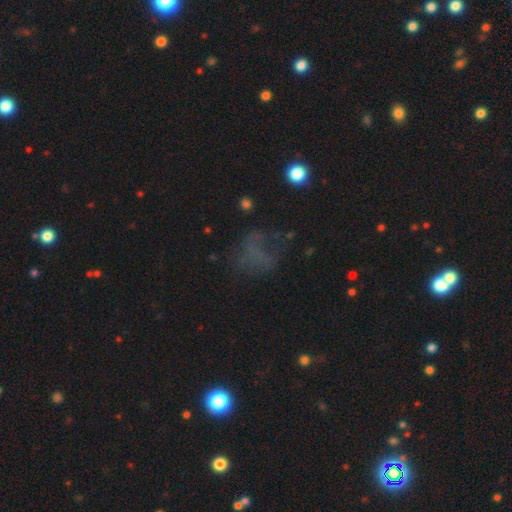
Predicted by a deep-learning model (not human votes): A smooth galaxy with no disk features (38%). Merging: none (45%).